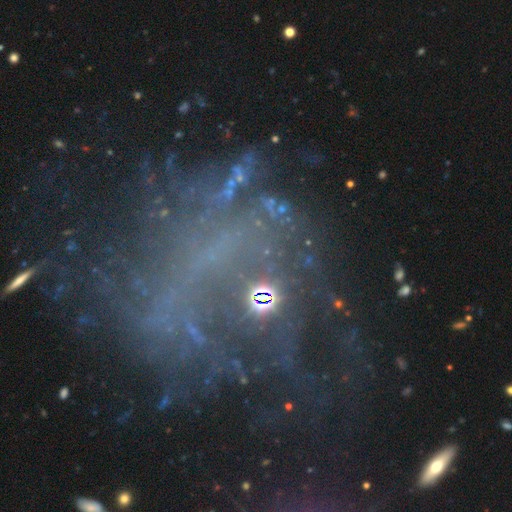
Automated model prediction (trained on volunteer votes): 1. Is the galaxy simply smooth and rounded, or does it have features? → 51% featured or disk, 33% star or artifact, 16% smooth.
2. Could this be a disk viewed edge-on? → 96% no, 4% yes.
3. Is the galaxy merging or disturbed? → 51% none, 28% major disturbance, 15% minor disturbance, 6% merger.